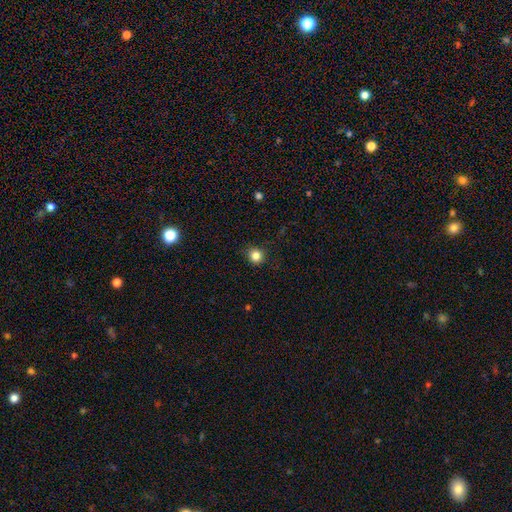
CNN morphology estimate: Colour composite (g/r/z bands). It shows a smooth galaxy with no disk features (83%) that is round (89%). Merging: none (88%).